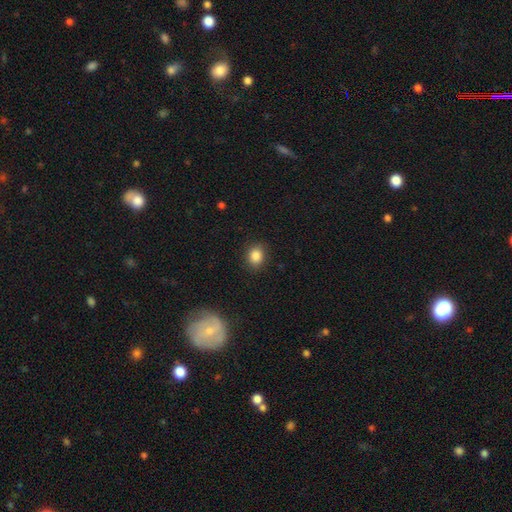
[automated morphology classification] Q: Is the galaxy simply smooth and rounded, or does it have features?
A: smooth — 86%.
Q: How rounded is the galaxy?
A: round — 59%.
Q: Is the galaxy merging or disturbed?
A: none — 88%.